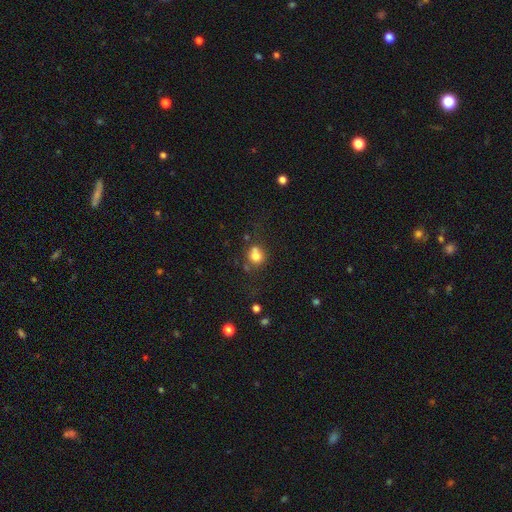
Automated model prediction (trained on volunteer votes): This appears to be a smooth galaxy with no disk features (74%) that is round (79%). Merging: none (52%).